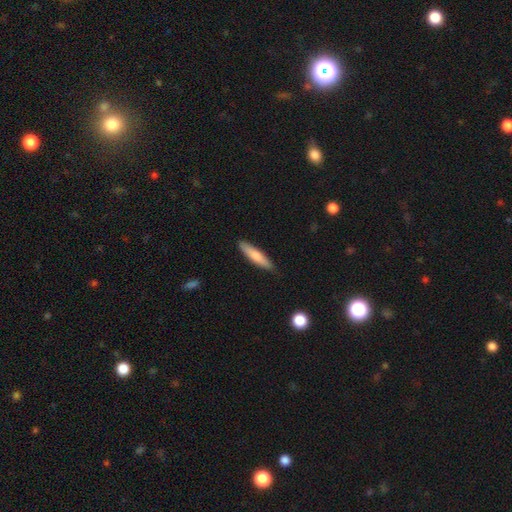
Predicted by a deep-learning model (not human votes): A smooth galaxy with no disk features (74%) that is cigar-shaped (81%).

Vote fractions:
- Smooth or featured? smooth: 74% / featured or disk: 21% / star or artifact: 5%
- How rounded? cigar-shaped: 81% / in between: 17% / round: 1%
- Merging? none: 87% / minor disturbance: 10% / major disturbance: 2% / merger: 1%